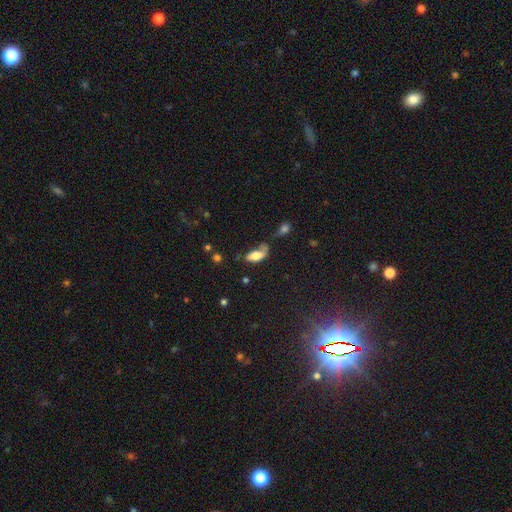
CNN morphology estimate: Smooth or featured? Predicted: smooth (p=0.68). How rounded? Predicted: in between (p=0.87). Merging? Predicted: major disturbance (p=0.30).